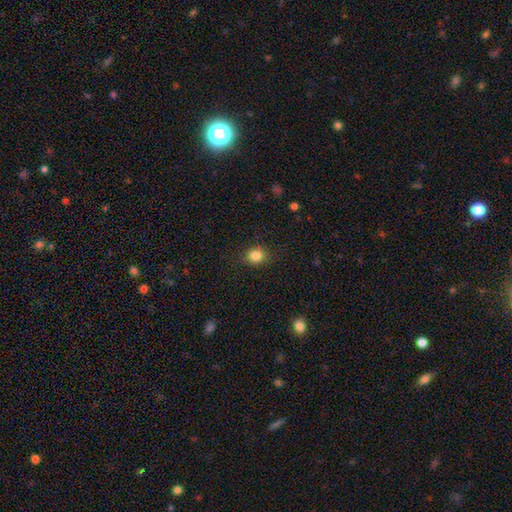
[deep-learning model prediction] Smooth or featured: smooth — 84% (star or artifact — 11%)
How rounded: round — 71% (in between — 28%)
Merging: none — 86% (minor disturbance — 10%)